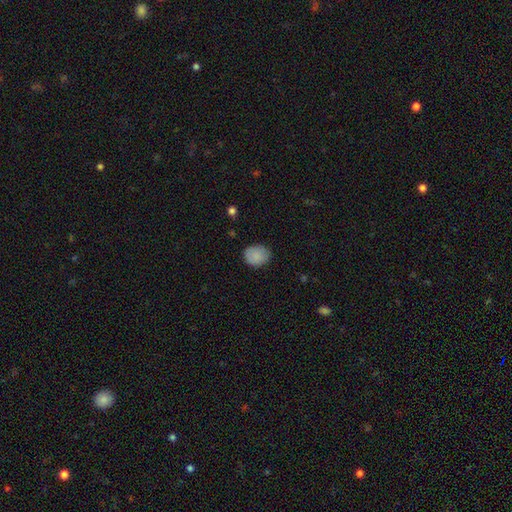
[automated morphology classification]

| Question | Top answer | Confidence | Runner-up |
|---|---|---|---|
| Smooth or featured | smooth | 87% | star or artifact (8%) |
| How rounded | round | 55% | in between (44%) |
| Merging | none | 79% | minor disturbance (17%) |